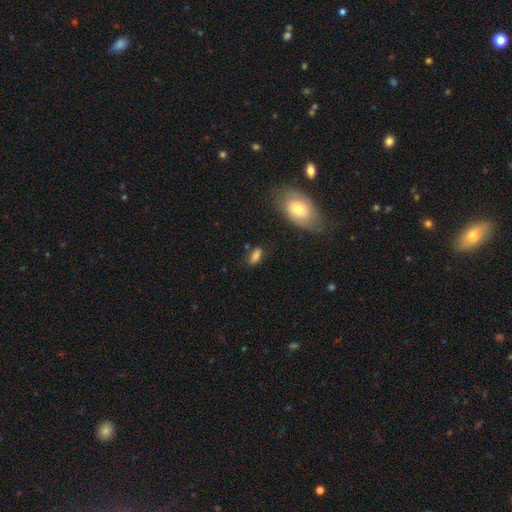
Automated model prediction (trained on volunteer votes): Smooth or featured? Predicted: smooth (p=0.80). How rounded? Predicted: in between (p=0.83). Merging? Predicted: none (p=0.70).